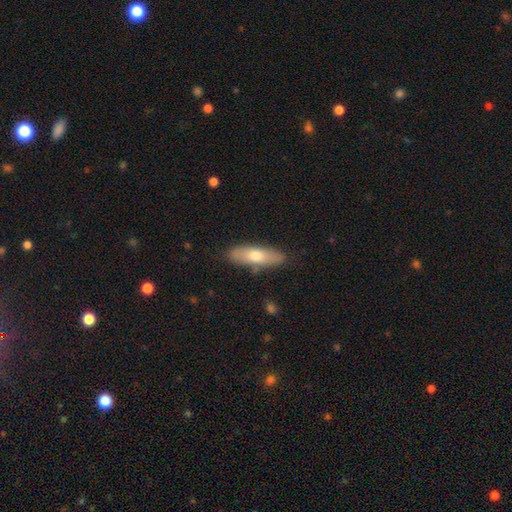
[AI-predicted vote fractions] A smooth galaxy with no disk features (65%) that is in between round and cigar-shaped (53%).

Vote fractions:
- Smooth or featured? smooth: 65% / featured or disk: 29% / star or artifact: 6%
- How rounded? in between: 53% / cigar-shaped: 44% / round: 3%
- Merging? none: 84% / minor disturbance: 12% / major disturbance: 2% / merger: 2%